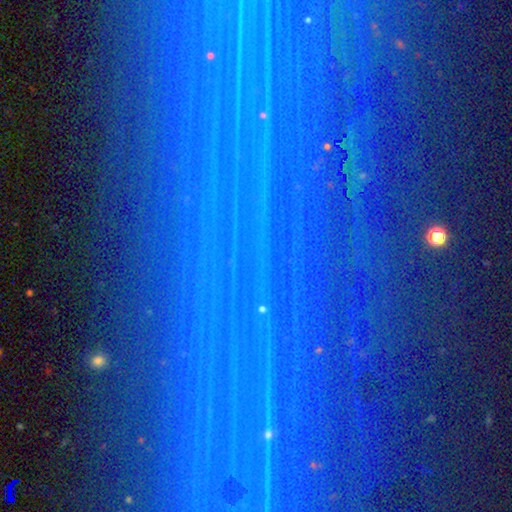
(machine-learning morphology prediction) Overall: star or artifact (84%).